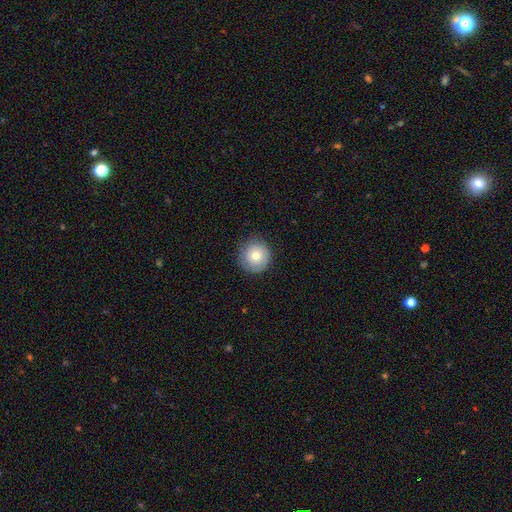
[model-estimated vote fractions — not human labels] smooth-or-featured: smooth: 73% | featured or disk: 17% | star or artifact: 10%
  how-rounded: round: 95% | in between: 4% | cigar-shaped: 1%
  merging: none: 85% | minor disturbance: 11% | major disturbance: 3% | merger: 1%